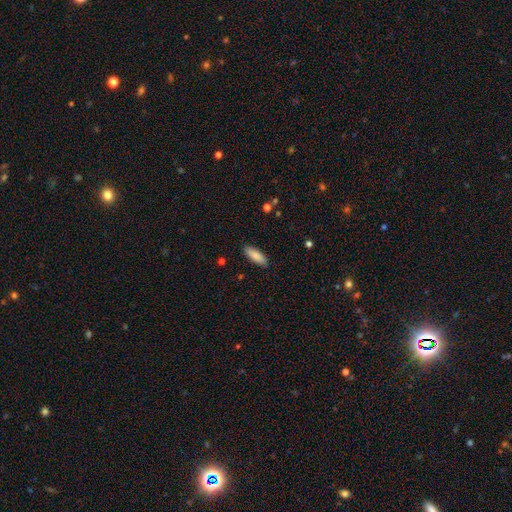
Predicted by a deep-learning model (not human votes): This appears to be a smooth galaxy with no disk features (87%) that is in between round and cigar-shaped (63%). Merging: none (89%).